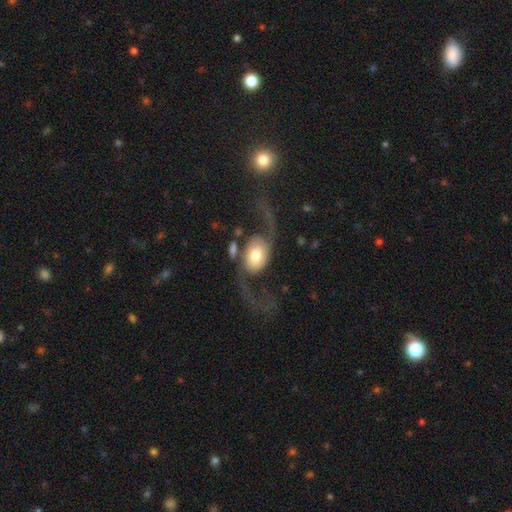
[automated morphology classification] Smooth or featured: featured or disk — 72% (smooth — 22%)
Edge-on disk: no — 96% (yes — 4%)
Bar: no — 61% (weak — 27%)
Spiral arms: yes — 90% (no — 10%)
Spiral winding: loose — 88% (medium — 9%)
Spiral arm count: 2 — 92% (1 — 4%)
Bulge size: moderate — 41% (large — 31%)
Merging: none — 43% (major disturbance — 31%)